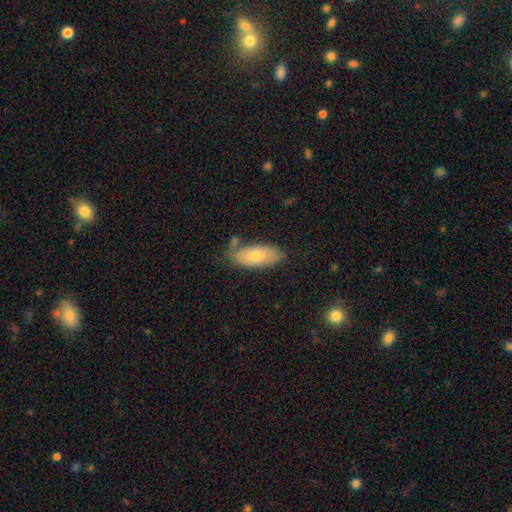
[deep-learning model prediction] Smooth or featured? Predicted: smooth (p=0.72). How rounded? Predicted: in between (p=0.86). Merging? Predicted: none (p=0.67).